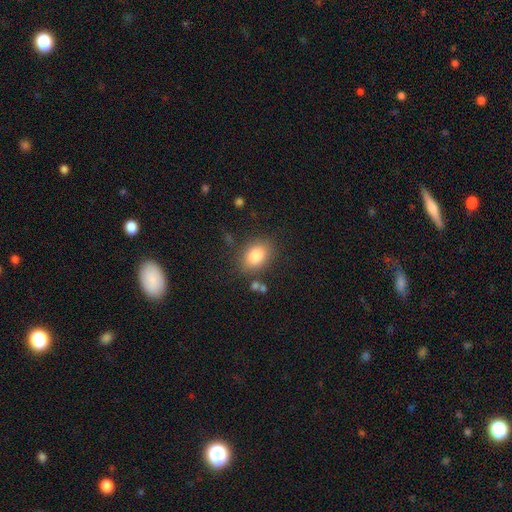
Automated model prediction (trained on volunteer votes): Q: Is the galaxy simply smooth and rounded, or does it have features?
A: smooth — 84%.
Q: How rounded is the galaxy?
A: in between — 78%.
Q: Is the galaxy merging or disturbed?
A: none — 78%.